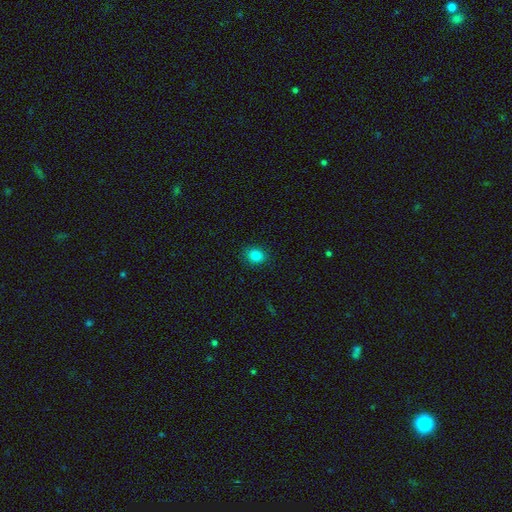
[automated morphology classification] This is clearly a smooth galaxy (82%). How rounded: likely round (61%). Merging: clearly none (89%).